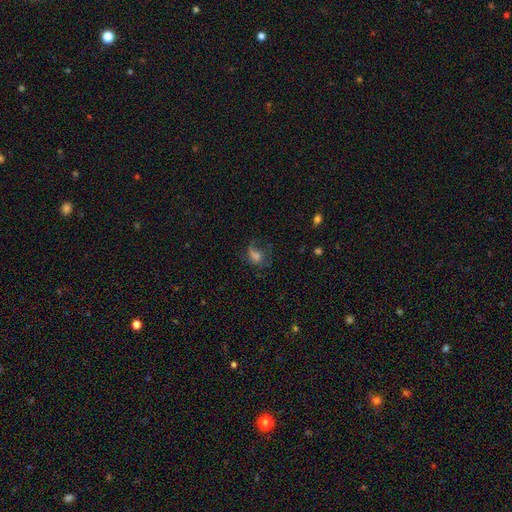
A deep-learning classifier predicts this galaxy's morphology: This is possibly a smooth galaxy (47%). Merging: marginally none (44%).